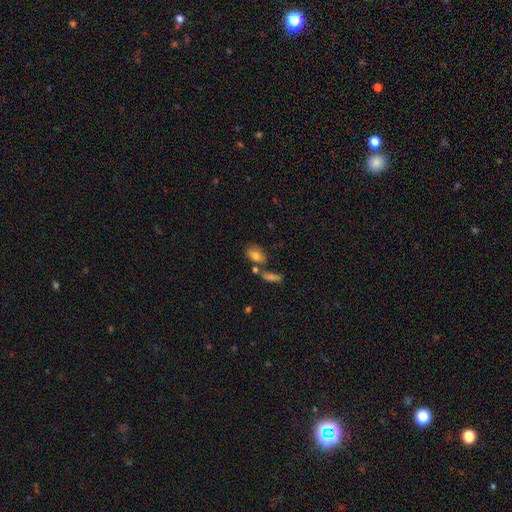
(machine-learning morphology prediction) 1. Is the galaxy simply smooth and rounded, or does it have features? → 78% smooth, 13% featured or disk, 9% star or artifact.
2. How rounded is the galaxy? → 85% in between, 11% round, 4% cigar-shaped.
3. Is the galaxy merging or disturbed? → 52% none, 26% merger, 16% minor disturbance, 6% major disturbance.